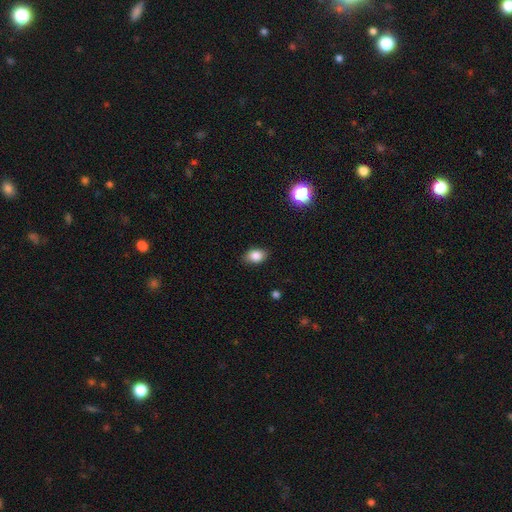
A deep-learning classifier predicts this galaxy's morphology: Smooth or featured? smooth (85%)
How rounded? in between (80%)
Merging? none (85%)